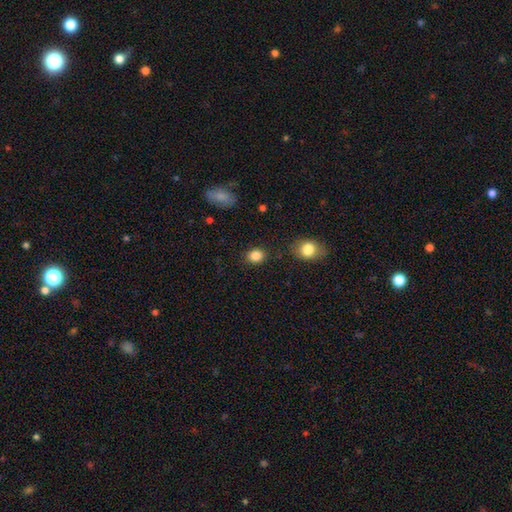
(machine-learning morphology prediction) The model was most divided on "how rounded": round: 64%, in between: 35%, cigar-shaped: 1%. More confident: merging — none (87%); smooth or featured — smooth (85%).